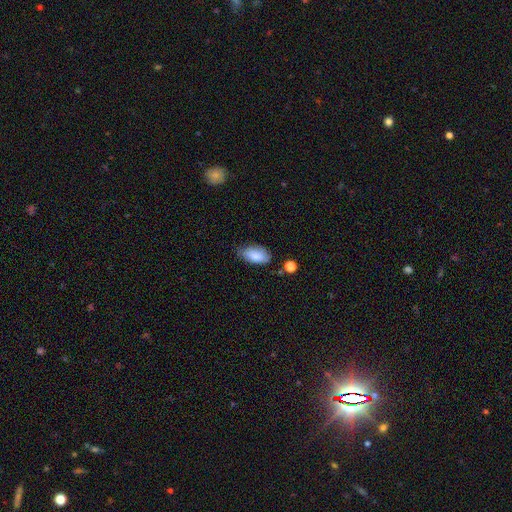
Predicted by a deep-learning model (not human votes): This is clearly a smooth galaxy (82%). How rounded: clearly in between (92%). Merging: likely none (67%).